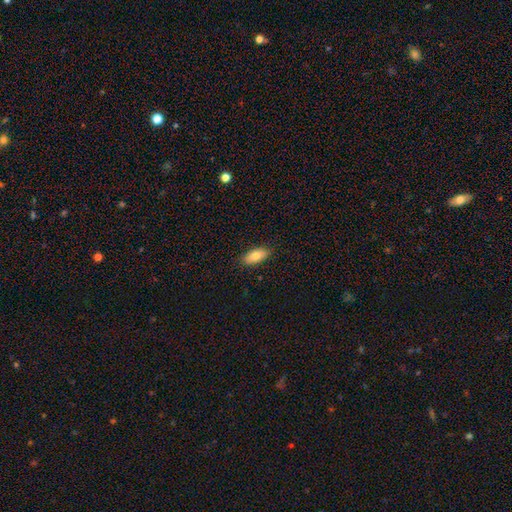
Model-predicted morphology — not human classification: Smooth or featured? smooth (79%)
How rounded? in between (86%)
Merging? none (87%)